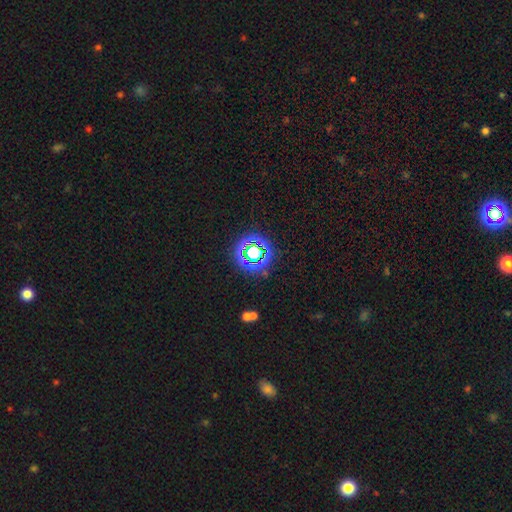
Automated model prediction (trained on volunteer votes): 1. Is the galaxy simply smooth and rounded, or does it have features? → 63% star or artifact, 24% smooth, 13% featured or disk.